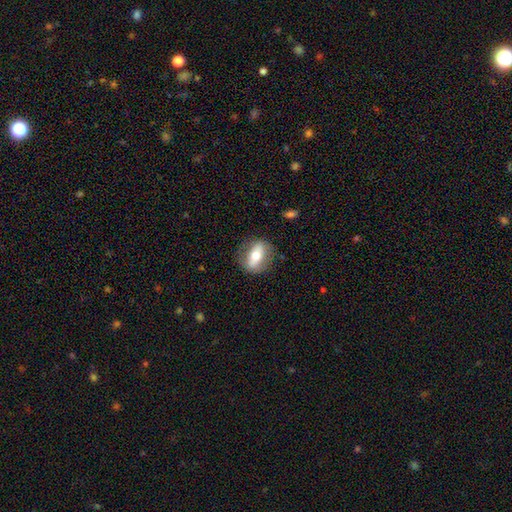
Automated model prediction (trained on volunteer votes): This appears to be a smooth galaxy with no disk features (50%) that is in between round and cigar-shaped (70%). Merging: none (80%).